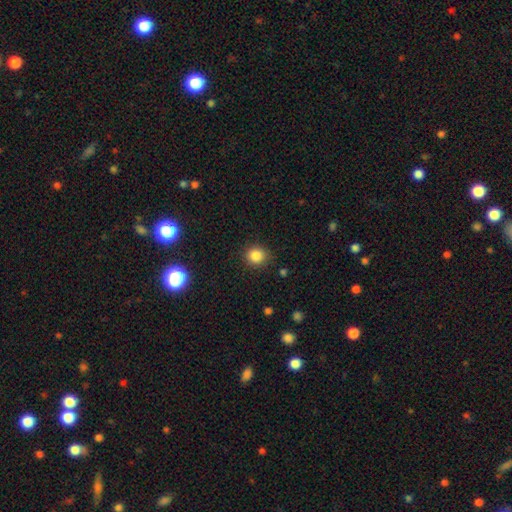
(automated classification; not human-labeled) smooth 85%, star or artifact 11%, featured or disk 4%. Down the decision tree: how rounded — round (84%); merging — none (87%).